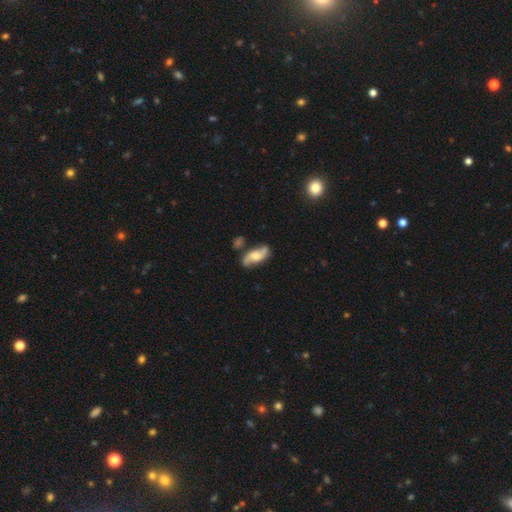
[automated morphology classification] A featured or disk galaxy (71%) with no bar (59%), 2 (90%) loose (58%) spiral arms (92%) and a moderate central bulge (61%).

Vote fractions:
- Smooth or featured? featured or disk: 71% / smooth: 23% / star or artifact: 6%
- Edge-on disk? no: 91% / yes: 9%
- Bar? no: 59% / weak: 31% / strong: 10%
- Spiral arms? yes: 92% / no: 8%
- Spiral winding? loose: 58% / medium: 31% / tight: 12%
- Spiral arm count? 2: 90% / can't tell: 5% / 1: 2% / 3: 1% / 4: 1% / more than 4: 1%
- Bulge size? moderate: 61% / small: 20% / large: 13% / none: 4% / dominant: 2%
- Merging? none: 72% / minor disturbance: 17% / merger: 6% / major disturbance: 5%